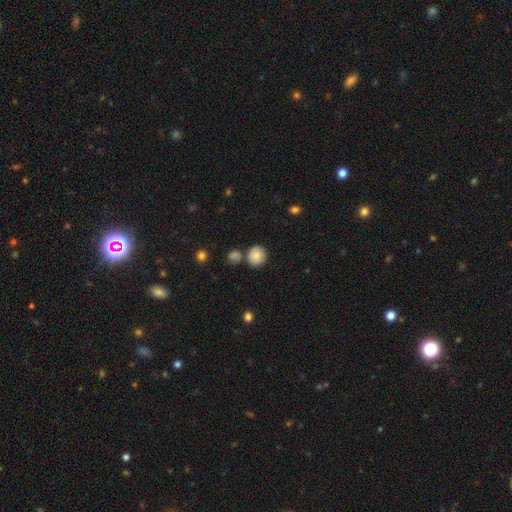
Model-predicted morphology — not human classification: smooth-or-featured: smooth: 83% | featured or disk: 9% | star or artifact: 9%
  how-rounded: round: 86% | in between: 13% | cigar-shaped: 1%
  merging: none: 69% | merger: 15% | minor disturbance: 13% | major disturbance: 4%